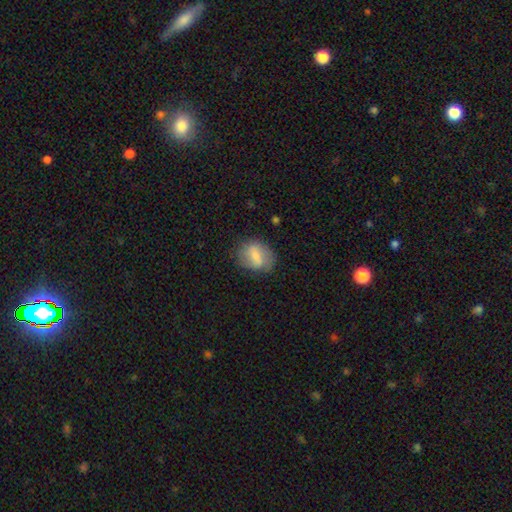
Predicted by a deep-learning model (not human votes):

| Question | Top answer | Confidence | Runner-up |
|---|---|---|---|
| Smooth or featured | smooth | 64% | featured or disk (28%) |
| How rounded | in between | 59% | round (38%) |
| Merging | none | 70% | minor disturbance (20%) |